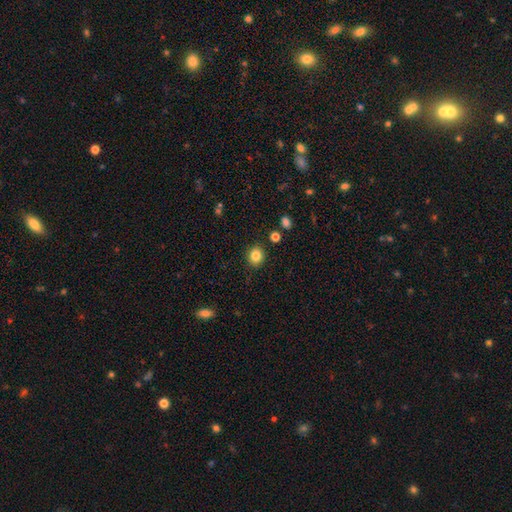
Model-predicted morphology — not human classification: A smooth galaxy with no disk features (83%) that is round (78%).

Vote fractions:
- Smooth or featured? smooth: 83% / star or artifact: 11% / featured or disk: 6%
- How rounded? round: 78% / in between: 21% / cigar-shaped: 1%
- Merging? none: 89% / minor disturbance: 7% / major disturbance: 2% / merger: 2%